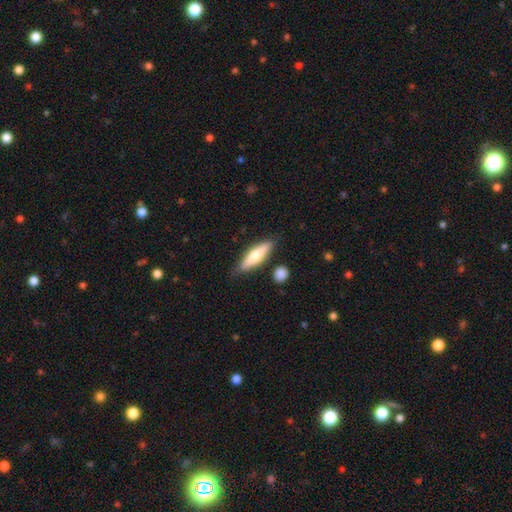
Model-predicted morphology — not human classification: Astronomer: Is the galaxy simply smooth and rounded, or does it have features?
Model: smooth — 52% (runner-up: featured or disk, 42%).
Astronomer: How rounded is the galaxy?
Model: cigar-shaped — 61% (runner-up: in between, 37%).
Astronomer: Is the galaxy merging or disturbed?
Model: none — 80%.